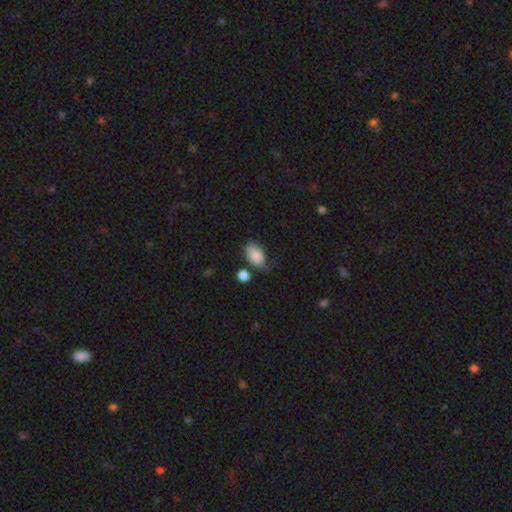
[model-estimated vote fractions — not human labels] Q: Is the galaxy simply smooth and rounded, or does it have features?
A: smooth — 86%.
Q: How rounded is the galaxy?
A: in between — 90%.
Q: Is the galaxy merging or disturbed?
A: none — 56%.